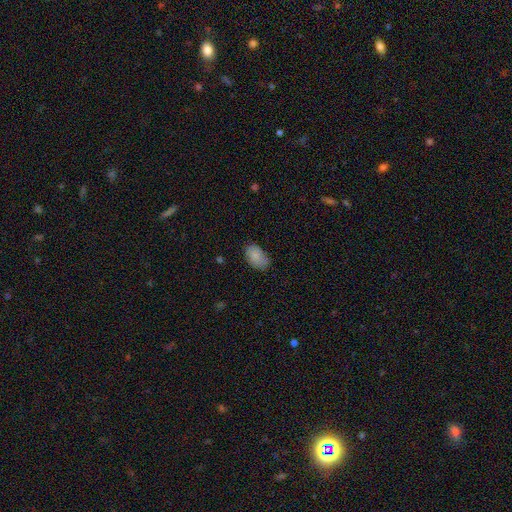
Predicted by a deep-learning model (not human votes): smooth_or_featured: smooth (p=0.85) [alt: featured or disk p=0.08]
how_rounded: in between (p=0.91) [alt: round p=0.08]
merging: none (p=0.68) [alt: minor disturbance p=0.26]